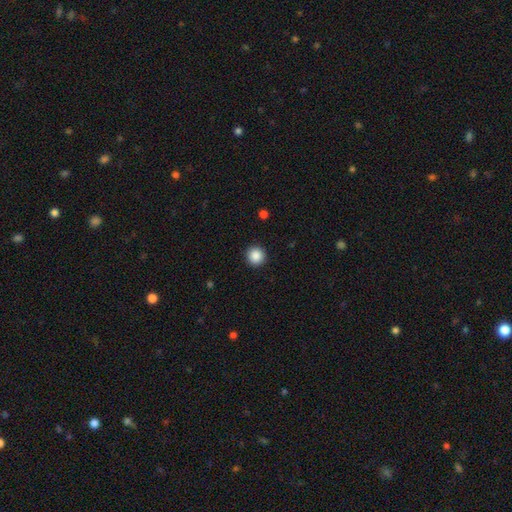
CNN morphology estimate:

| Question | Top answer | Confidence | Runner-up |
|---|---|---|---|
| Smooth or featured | smooth | 87% | star or artifact (9%) |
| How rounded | round | 95% | in between (4%) |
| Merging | none | 93% | minor disturbance (5%) |